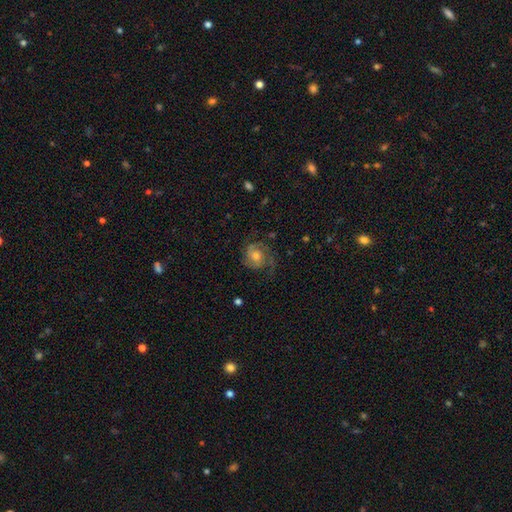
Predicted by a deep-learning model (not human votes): This is likely a featured or disk galaxy (79%). It is clearly not viewed edge-on (98%). Bar: likely no (70%). Spiral arm pattern: clearly yes (96%). Spiral arm count: possibly 2 (53%). Spiral winding: marginally medium (44%). Central bulge: likely moderate (64%). Merging: likely none (71%).